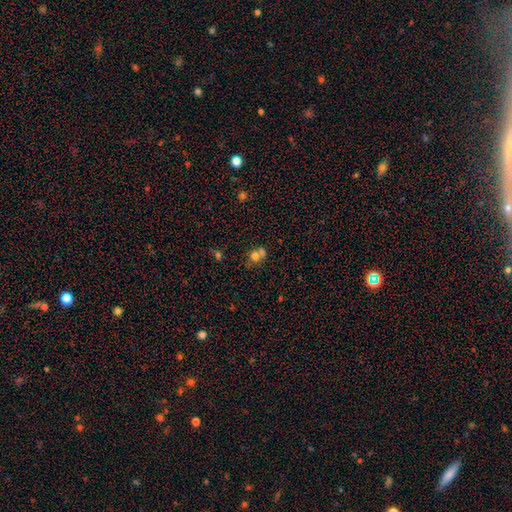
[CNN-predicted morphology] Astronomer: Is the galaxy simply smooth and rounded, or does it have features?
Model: smooth — 68%.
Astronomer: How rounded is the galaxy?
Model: round — 75%.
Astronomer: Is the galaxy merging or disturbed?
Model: merger — 44% (runner-up: none, 41%).